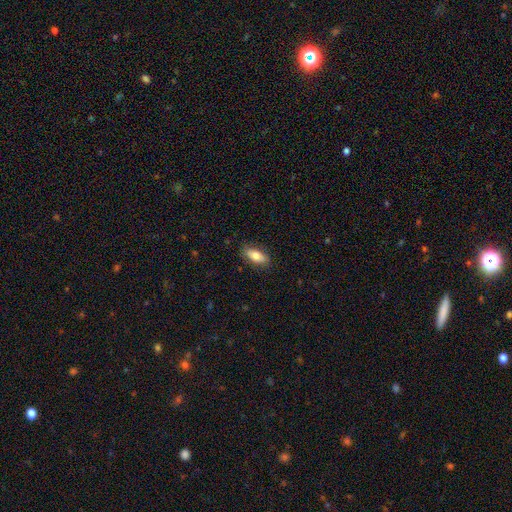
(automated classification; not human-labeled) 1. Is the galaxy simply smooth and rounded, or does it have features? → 78% smooth, 16% featured or disk, 7% star or artifact.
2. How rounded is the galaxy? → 82% in between, 15% cigar-shaped, 3% round.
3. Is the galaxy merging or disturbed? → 84% none, 13% minor disturbance, 3% major disturbance, 1% merger.